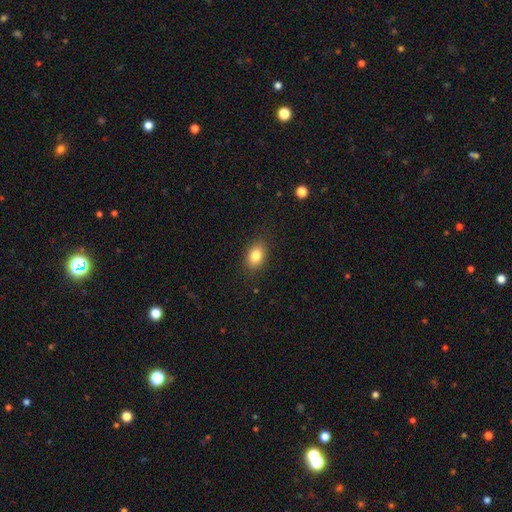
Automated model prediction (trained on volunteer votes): Smooth or featured: smooth — 83% (star or artifact — 9%)
How rounded: in between — 76% (round — 23%)
Merging: none — 87% (minor disturbance — 10%)